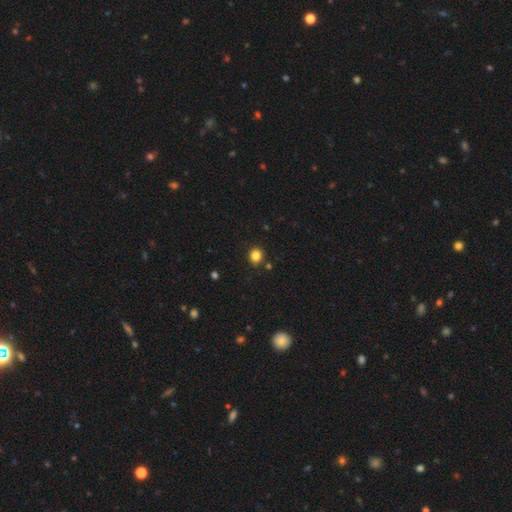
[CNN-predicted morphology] smooth-or-featured: smooth: 83% | star or artifact: 12% | featured or disk: 5%
  how-rounded: round: 81% | in between: 18% | cigar-shaped: 1%
  merging: none: 86% | minor disturbance: 8% | merger: 3% | major disturbance: 2%